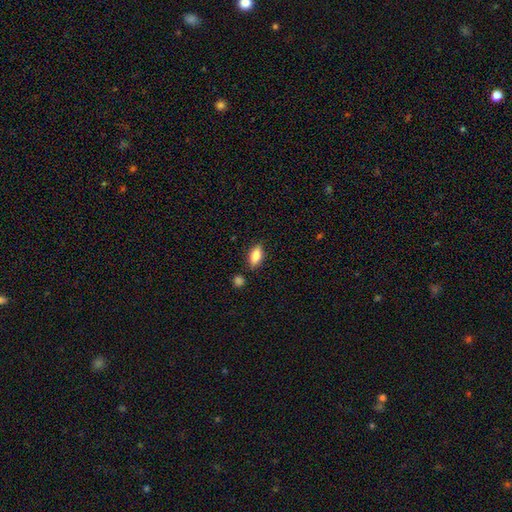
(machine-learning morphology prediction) Overall: smooth (81%). How rounded: in between (85%). Merging: none (82%).